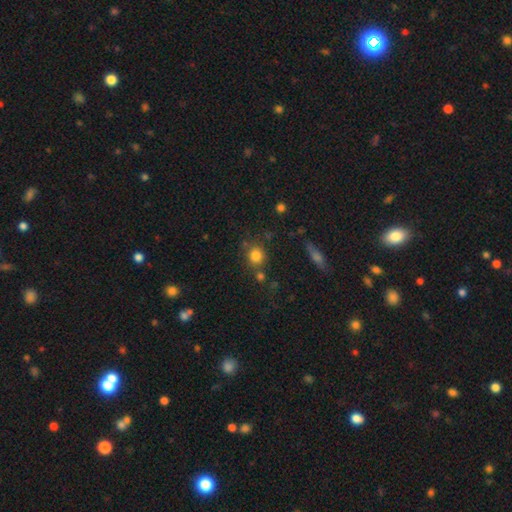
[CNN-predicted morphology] smooth_or_featured: smooth (p=0.81) [alt: star or artifact p=0.12]
how_rounded: round (p=0.84) [alt: in between p=0.14]
merging: none (p=0.70) [alt: merger p=0.14]